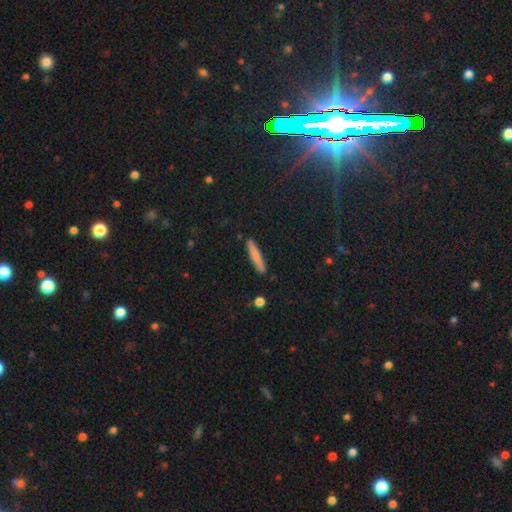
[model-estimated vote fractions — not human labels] Smooth or featured? smooth (77%)
How rounded? cigar-shaped (93%)
Merging? none (89%)